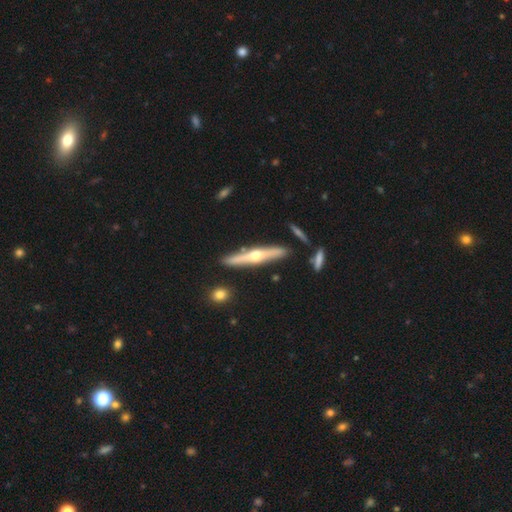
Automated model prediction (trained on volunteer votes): This is likely a featured or disk galaxy (72%). It is clearly viewed edge-on (95%). Edge-on bulge: clearly rounded (93%). Merging: clearly none (84%).